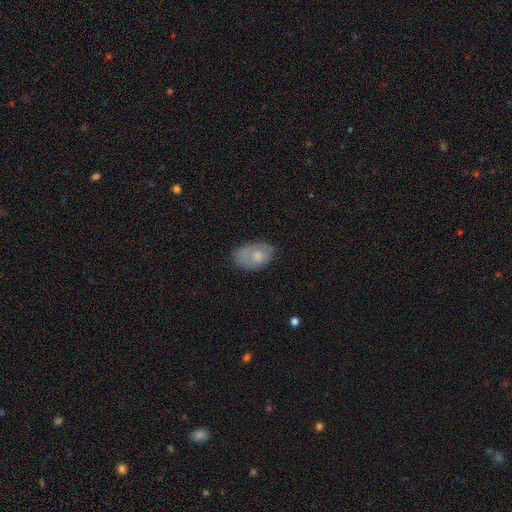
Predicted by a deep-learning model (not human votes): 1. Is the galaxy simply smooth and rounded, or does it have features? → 67% smooth, 25% featured or disk, 8% star or artifact.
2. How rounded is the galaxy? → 87% in between, 11% round, 1% cigar-shaped.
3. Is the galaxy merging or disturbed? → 54% none, 31% minor disturbance, 13% major disturbance, 2% merger.